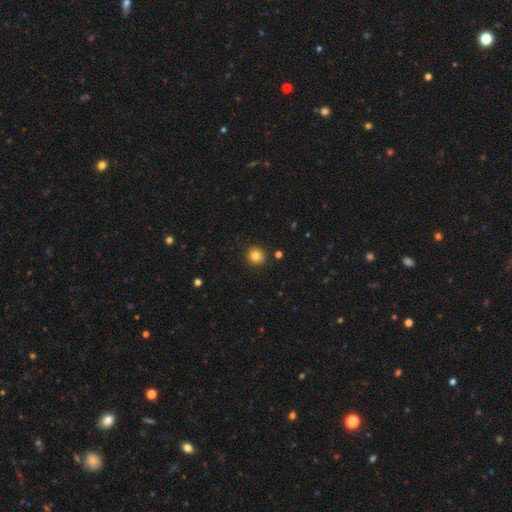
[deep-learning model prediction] Q: Smooth or featured?
A: smooth (81%); runner-up: star or artifact (11%)
Q: How rounded?
A: round (88%); runner-up: in between (11%)
Q: Merging?
A: none (90%); runner-up: minor disturbance (7%)